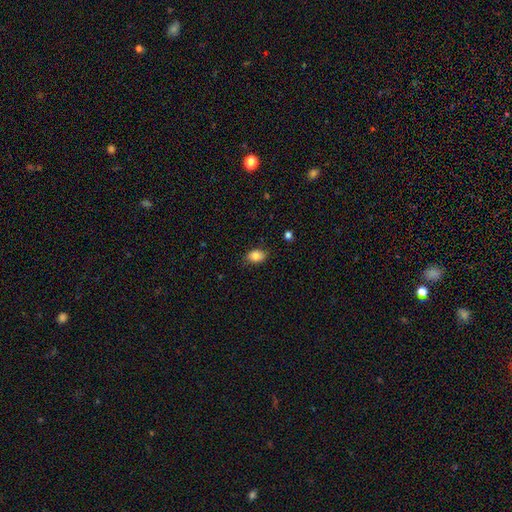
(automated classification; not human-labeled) The model was most divided on "how rounded": in between: 78%, round: 21%, cigar-shaped: 1%. More confident: smooth or featured — smooth (84%); merging — none (80%).